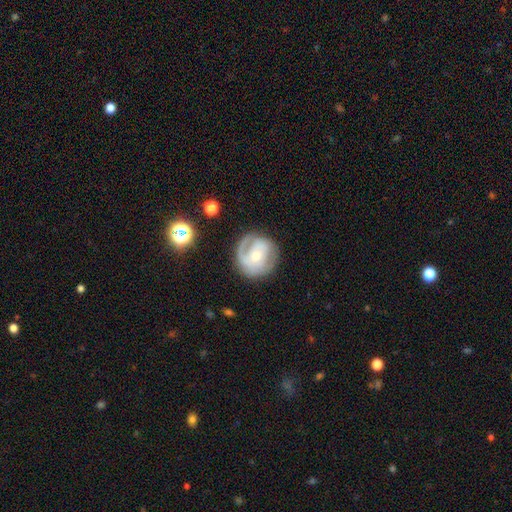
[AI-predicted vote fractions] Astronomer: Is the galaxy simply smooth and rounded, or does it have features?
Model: featured or disk — 69%.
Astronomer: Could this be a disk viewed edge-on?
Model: no — 97%.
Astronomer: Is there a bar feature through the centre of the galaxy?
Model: no — 62%.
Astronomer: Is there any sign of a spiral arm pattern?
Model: yes — 82%.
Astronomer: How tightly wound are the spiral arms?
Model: tight — 49% (runner-up: medium, 36%).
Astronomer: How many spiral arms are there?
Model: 2 — 45% (runner-up: 1, 22%).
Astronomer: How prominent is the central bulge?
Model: small — 49% (runner-up: moderate, 46%).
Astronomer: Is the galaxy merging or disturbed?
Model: none — 71%.